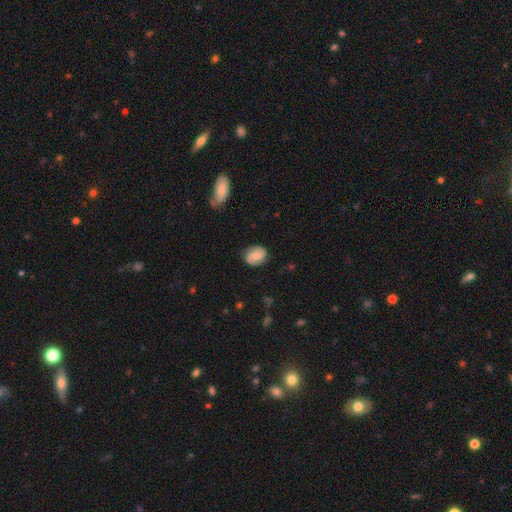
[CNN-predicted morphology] Smooth or featured? smooth (59%)
How rounded? in between (63%)
Merging? none (78%)